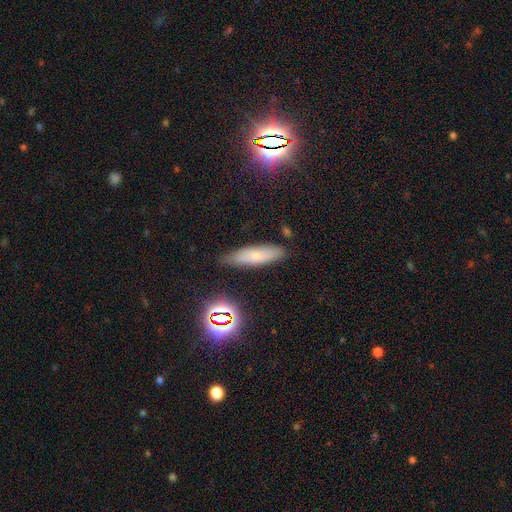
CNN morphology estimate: Smooth or featured? Predicted: smooth (p=0.66). How rounded? Predicted: cigar-shaped (p=0.64). Merging? Predicted: none (p=0.80).